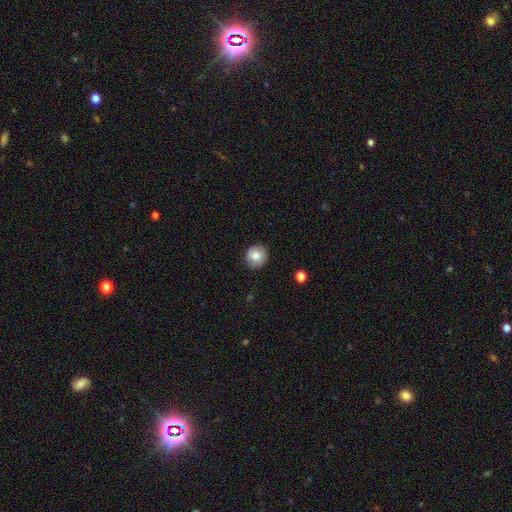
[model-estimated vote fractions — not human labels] Morphology: type=smooth (83%); roundness=round (93%); merging=none (90%).